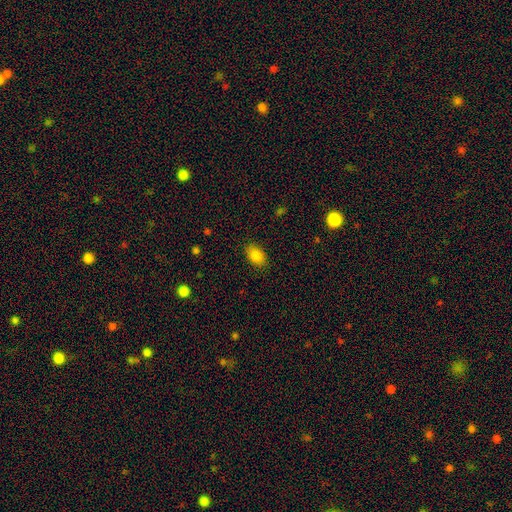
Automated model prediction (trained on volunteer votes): Overall: smooth (86%). How rounded: in between (87%). Merging: none (87%).